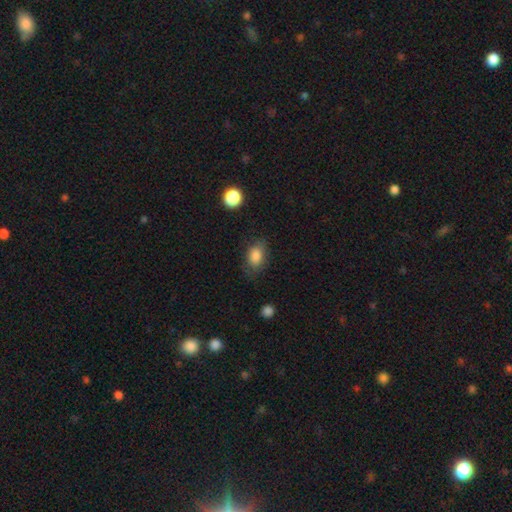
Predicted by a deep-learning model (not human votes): smooth_or_featured: smooth (p=0.83) [alt: star or artifact p=0.09]
how_rounded: in between (p=0.83) [alt: round p=0.15]
merging: none (p=0.70) [alt: minor disturbance p=0.22]